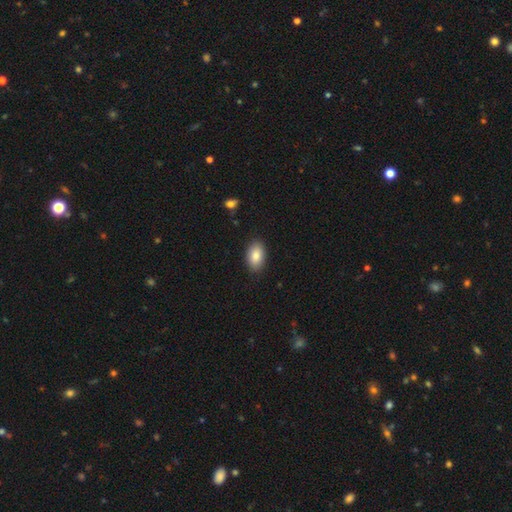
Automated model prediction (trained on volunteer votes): Smooth or featured: smooth — 85% (featured or disk — 8%)
How rounded: in between — 93% (round — 5%)
Merging: none — 88% (minor disturbance — 9%)